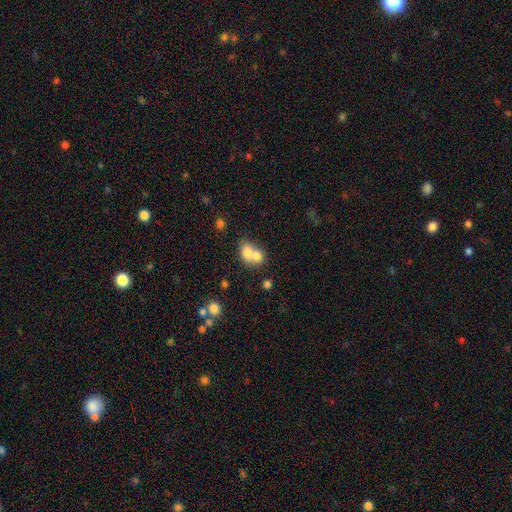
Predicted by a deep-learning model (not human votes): Smooth or featured? smooth (71%)
How rounded? round (51%)
Merging? merger (72%)